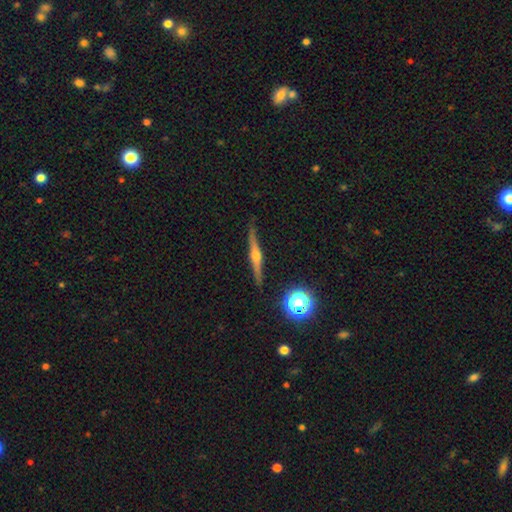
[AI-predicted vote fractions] A featured or disk galaxy (75%) viewed edge-on (98%) with a rounded central bulge (92%). Merging: none (88%).